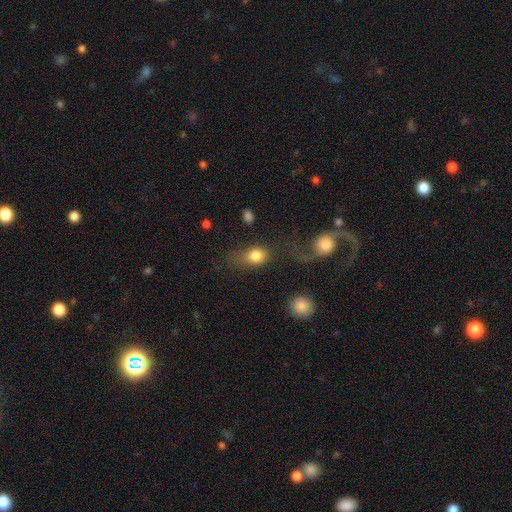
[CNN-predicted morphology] Smooth or featured?
  - smooth: 76% *
  - featured or disk: 16%
  - star or artifact: 8%
How rounded?
  - in between: 56% *
  - round: 40%
  - cigar-shaped: 4%
Merging?
  - none: 40% *
  - major disturbance: 32%
  - minor disturbance: 19%
  - merger: 9%